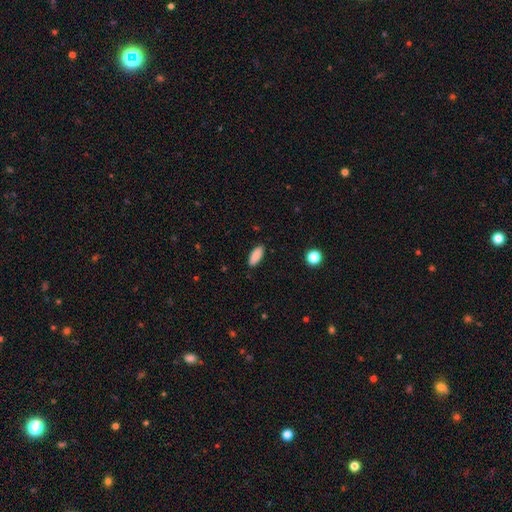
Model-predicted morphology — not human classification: A smooth galaxy with no disk features (88%) that is in between round and cigar-shaped (76%).

Vote fractions:
- Smooth or featured? smooth: 88% / star or artifact: 7% / featured or disk: 5%
- How rounded? in between: 76% / cigar-shaped: 22% / round: 2%
- Merging? none: 88% / minor disturbance: 9% / major disturbance: 2% / merger: 1%